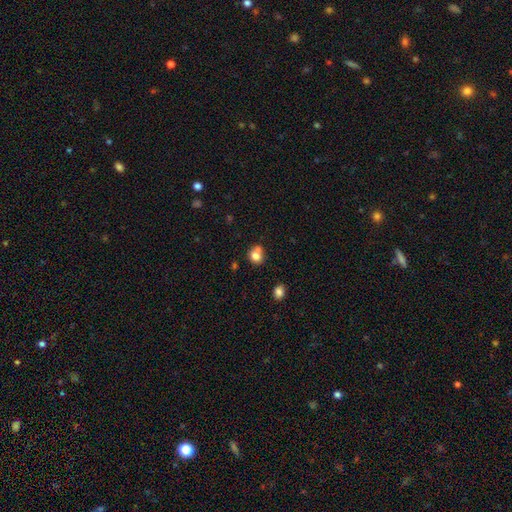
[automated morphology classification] This appears to be a smooth galaxy with no disk features (78%) that is round (71%). Merging: none (46%).